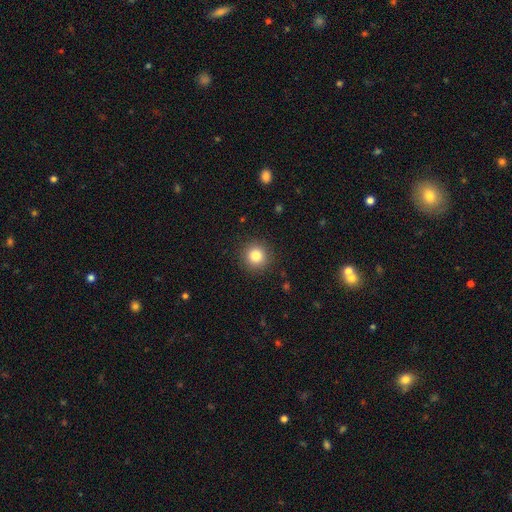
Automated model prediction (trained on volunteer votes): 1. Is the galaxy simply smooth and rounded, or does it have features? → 83% smooth, 11% star or artifact, 6% featured or disk.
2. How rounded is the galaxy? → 94% round, 5% in between, 1% cigar-shaped.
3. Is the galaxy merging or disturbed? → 91% none, 6% minor disturbance, 2% major disturbance, 1% merger.